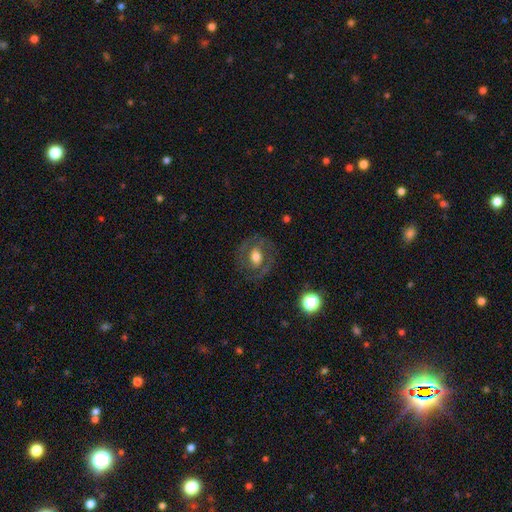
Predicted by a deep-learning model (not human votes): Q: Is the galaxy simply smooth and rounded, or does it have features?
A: featured or disk — 59%.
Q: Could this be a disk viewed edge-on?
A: no — 96%.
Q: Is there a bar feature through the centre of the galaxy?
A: no — 51%.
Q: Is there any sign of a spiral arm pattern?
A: yes — 60%.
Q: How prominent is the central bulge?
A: moderate — 61%.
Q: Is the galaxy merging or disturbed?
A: none — 75%.